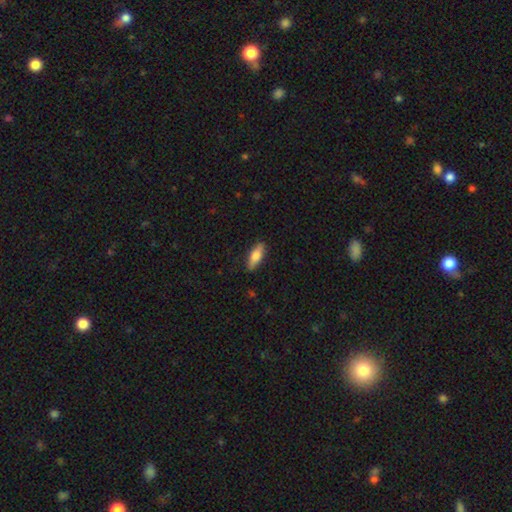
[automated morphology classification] The model was most divided on "how rounded": in between: 61%, cigar-shaped: 36%, round: 2%. More confident: merging — none (87%); smooth or featured — smooth (74%).